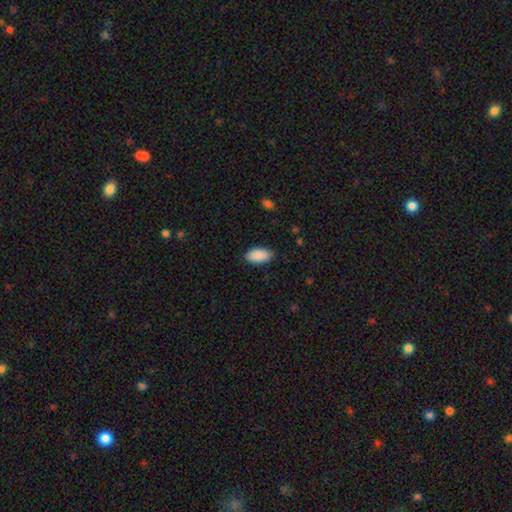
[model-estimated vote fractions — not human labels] Smooth or featured? Predicted: smooth (p=0.91). How rounded? Predicted: in between (p=0.95). Merging? Predicted: none (p=0.86).